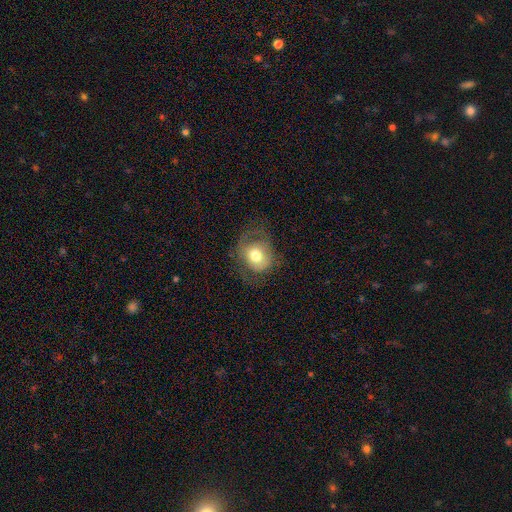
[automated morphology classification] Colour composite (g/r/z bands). It shows a smooth galaxy with no disk features (59%) that is round (66%). Merging: none (51%).